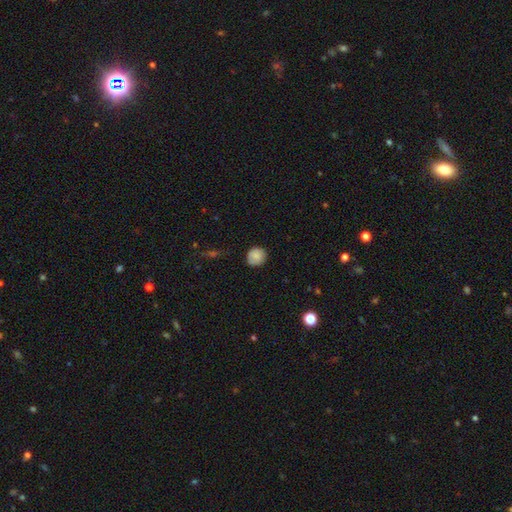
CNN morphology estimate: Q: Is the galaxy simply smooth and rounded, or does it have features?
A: smooth — 83%.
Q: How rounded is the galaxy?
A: round — 88%.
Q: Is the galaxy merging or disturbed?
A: none — 81%.